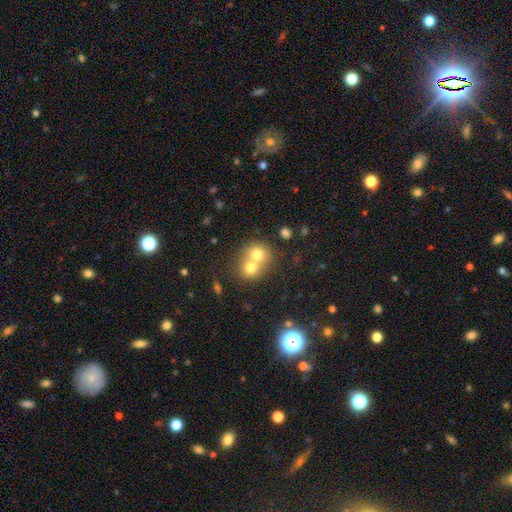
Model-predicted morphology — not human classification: smooth-or-featured: smooth: 69% | featured or disk: 18% | star or artifact: 13%
  how-rounded: round: 78% | in between: 22% | cigar-shaped: 1%
  merging: merger: 65% | none: 28% | minor disturbance: 5% | major disturbance: 2%